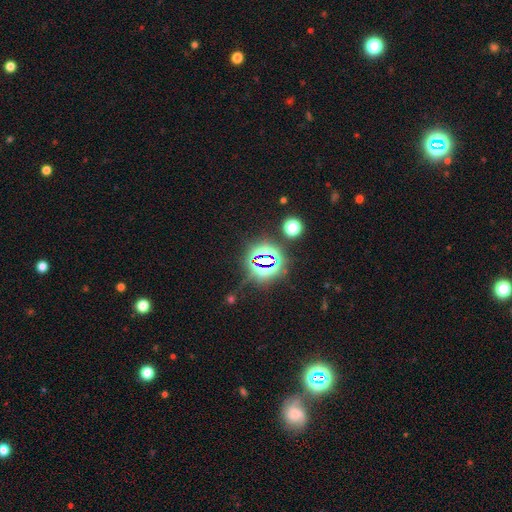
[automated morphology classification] smooth-or-featured: star or artifact: 78% | smooth: 14% | featured or disk: 8%